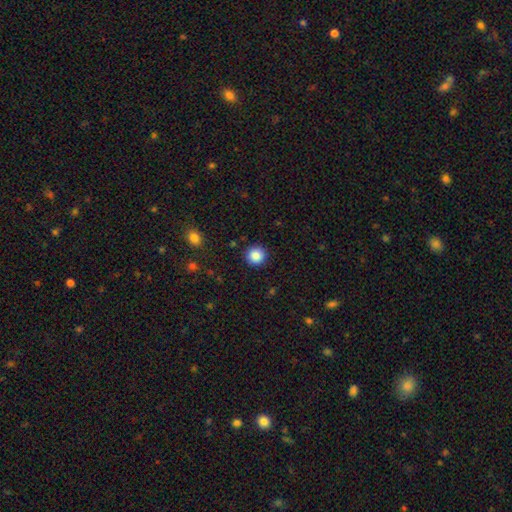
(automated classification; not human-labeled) This is clearly a smooth galaxy (86%). How rounded: clearly round (94%). Merging: clearly none (92%).